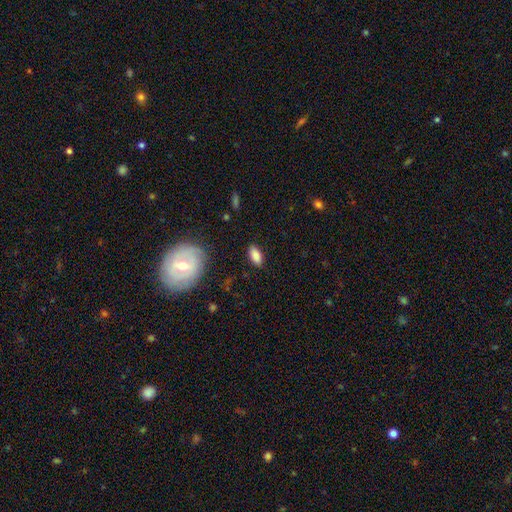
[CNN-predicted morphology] Smooth or featured? Predicted: smooth (p=0.86). How rounded? Predicted: in between (p=0.89). Merging? Predicted: none (p=0.85).